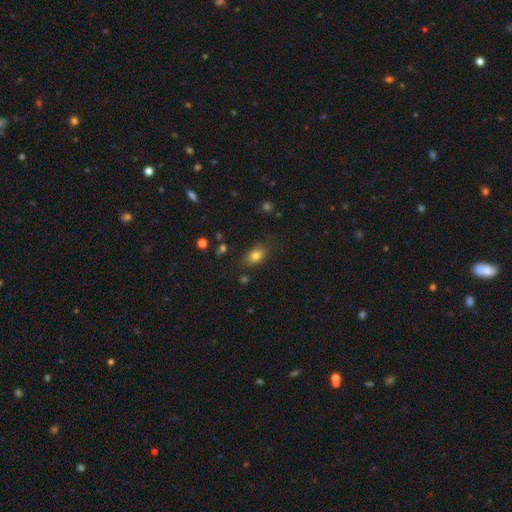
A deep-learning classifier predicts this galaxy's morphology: smooth-or-featured: smooth: 80% | star or artifact: 11% | featured or disk: 9%
  how-rounded: in between: 81% | round: 16% | cigar-shaped: 3%
  merging: none: 76% | minor disturbance: 17% | major disturbance: 5% | merger: 2%